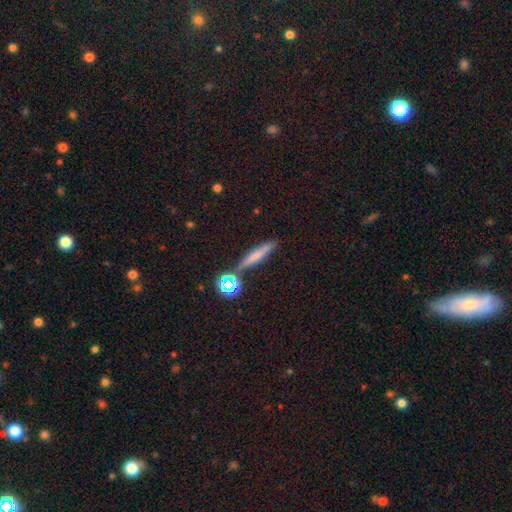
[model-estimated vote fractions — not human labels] A smooth galaxy with no disk features (57%) that is cigar-shaped (80%). Merging: none (77%).